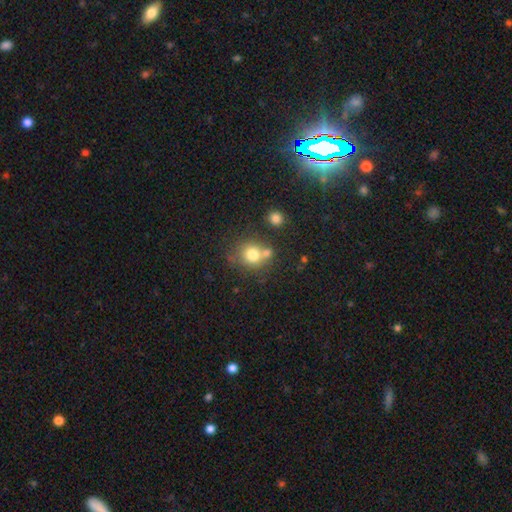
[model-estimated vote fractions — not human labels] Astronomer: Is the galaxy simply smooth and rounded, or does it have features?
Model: smooth — 69%.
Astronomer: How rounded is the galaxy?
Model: round — 84%.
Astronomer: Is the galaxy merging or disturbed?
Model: none — 59%.